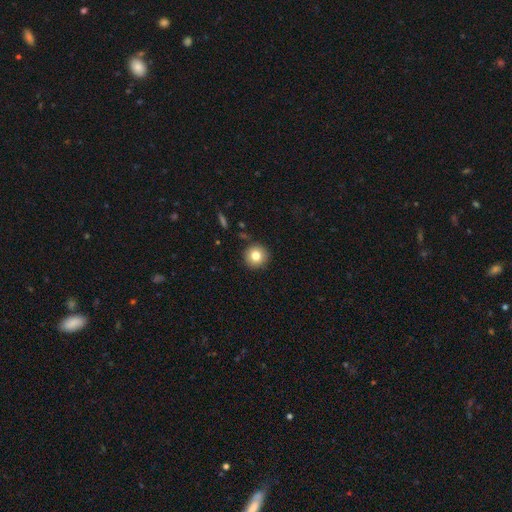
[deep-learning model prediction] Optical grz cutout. It shows a smooth galaxy with no disk features (80%) that is round (95%). Merging: none (91%).